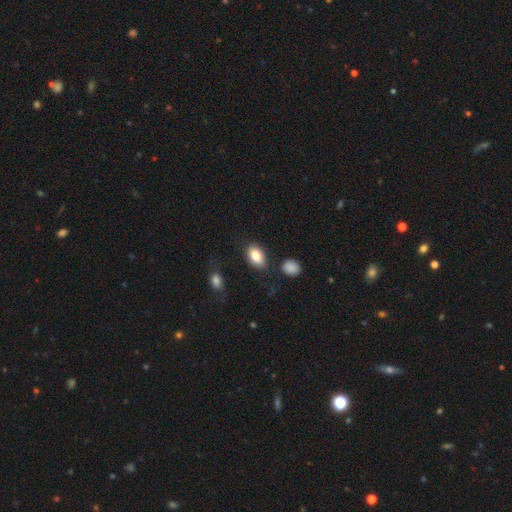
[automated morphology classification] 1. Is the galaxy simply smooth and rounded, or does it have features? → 84% smooth, 9% featured or disk, 8% star or artifact.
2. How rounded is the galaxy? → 88% in between, 10% round, 2% cigar-shaped.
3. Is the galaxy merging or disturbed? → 79% none, 13% minor disturbance, 4% merger, 4% major disturbance.